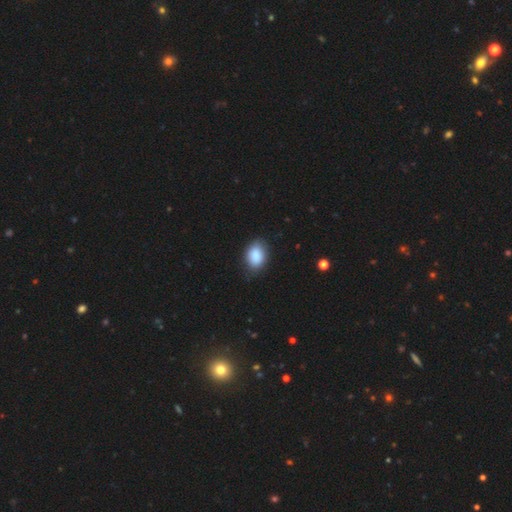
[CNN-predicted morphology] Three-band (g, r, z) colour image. It shows a smooth galaxy with no disk features (88%) that is in between round and cigar-shaped (83%). Merging: none (79%).